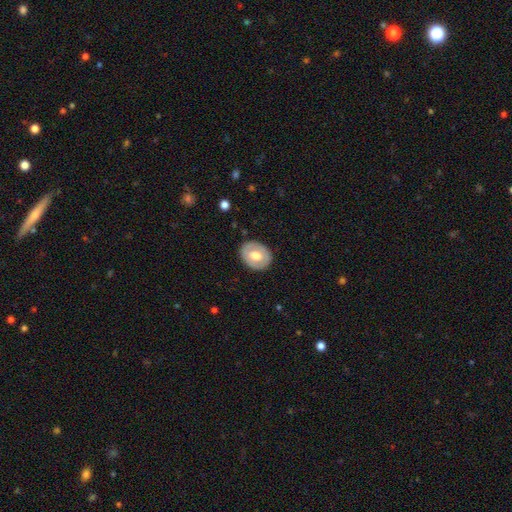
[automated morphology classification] This is possibly a smooth galaxy (55%). How rounded: possibly in between (54%). Merging: clearly none (85%).